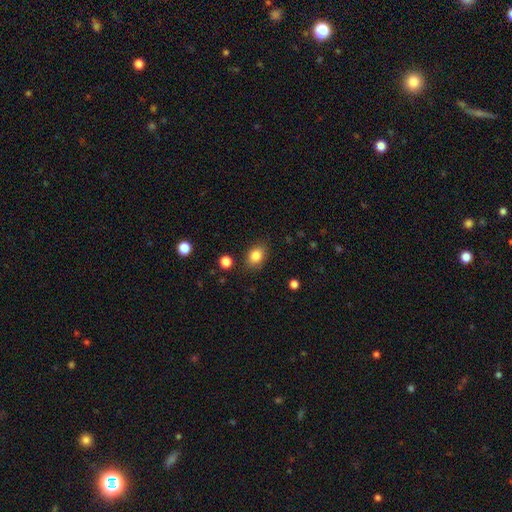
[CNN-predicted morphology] Smooth or featured?
  - smooth: 84% *
  - star or artifact: 10%
  - featured or disk: 6%
How rounded?
  - in between: 65% *
  - round: 34%
  - cigar-shaped: 1%
Merging?
  - none: 84% *
  - minor disturbance: 11%
  - major disturbance: 3%
  - merger: 2%